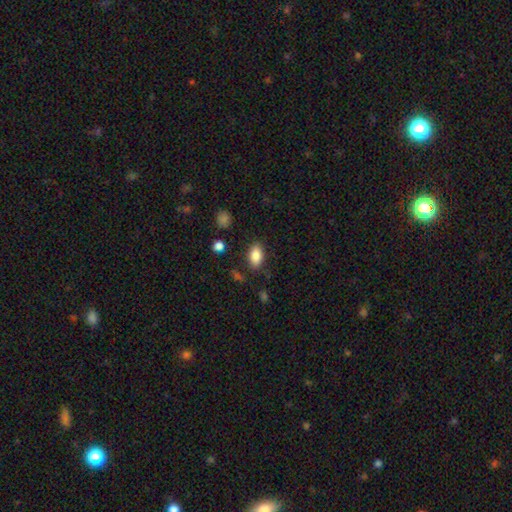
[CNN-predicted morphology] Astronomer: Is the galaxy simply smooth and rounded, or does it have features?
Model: smooth — 84%.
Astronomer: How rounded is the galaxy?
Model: in between — 91%.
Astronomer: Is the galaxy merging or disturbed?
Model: none — 83%.